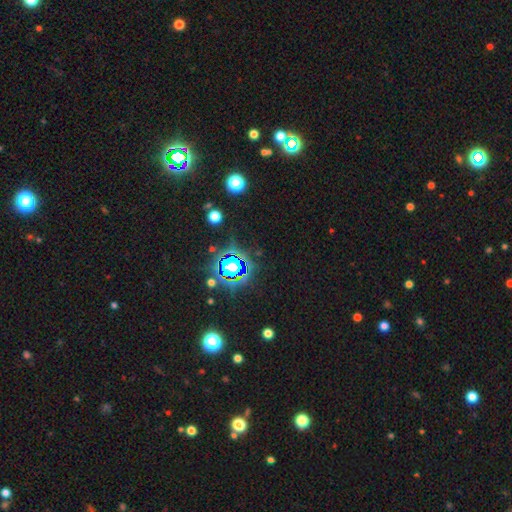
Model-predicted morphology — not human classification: smooth_or_featured: star or artifact (p=0.82) [alt: smooth p=0.11]